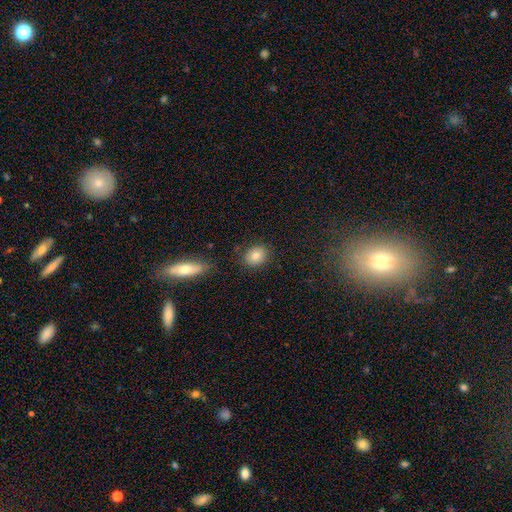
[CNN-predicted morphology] smooth-or-featured: smooth: 82% | star or artifact: 10% | featured or disk: 8%
  how-rounded: round: 52% | in between: 47% | cigar-shaped: 1%
  merging: none: 84% | minor disturbance: 10% | major disturbance: 3% | merger: 3%